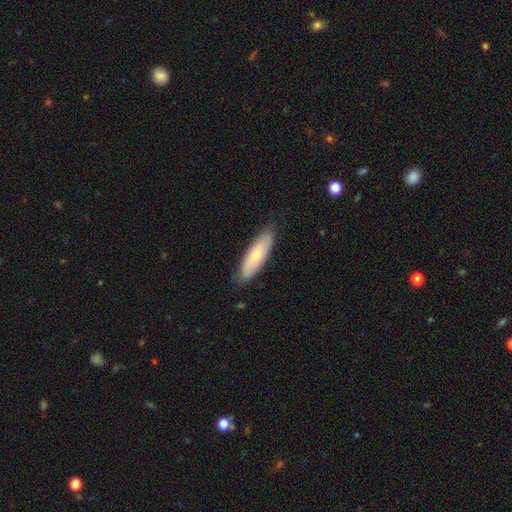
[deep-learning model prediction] Smooth or featured: smooth — 62% (featured or disk — 32%)
How rounded: cigar-shaped — 55% (in between — 43%)
Merging: none — 83% (minor disturbance — 13%)